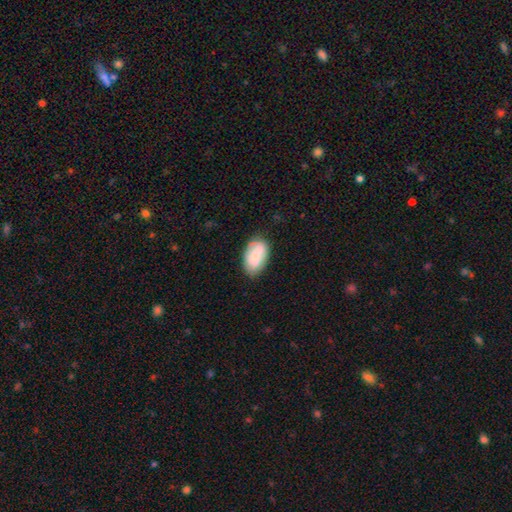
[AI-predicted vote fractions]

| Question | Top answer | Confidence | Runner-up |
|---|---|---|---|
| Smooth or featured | smooth | 71% | featured or disk (22%) |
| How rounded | in between | 93% | round (6%) |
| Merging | none | 76% | minor disturbance (18%) |